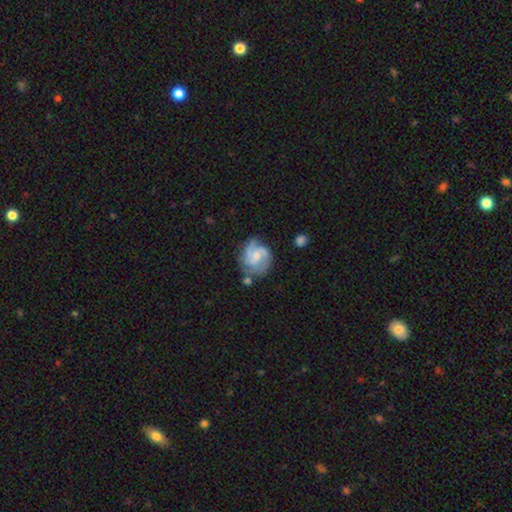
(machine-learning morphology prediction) type=featured or disk (81%); edge-on=no (98%); bar=no (51%); spiral arms=yes (96%); winding=medium (49%); arm count=3 (42%); bulge=small (47%); merging=none (64%).